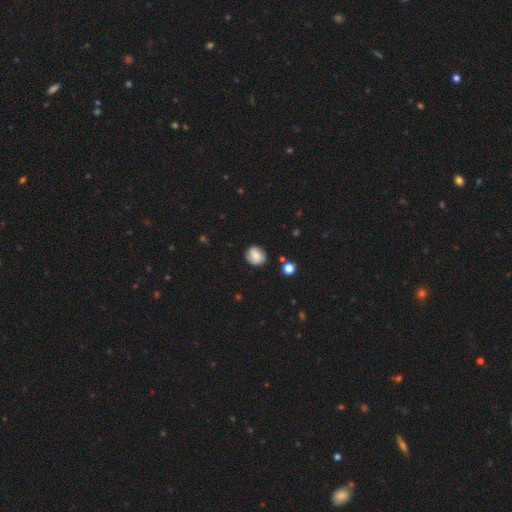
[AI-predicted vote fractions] Smooth or featured?
  - smooth: 68% *
  - featured or disk: 23%
  - star or artifact: 9%
How rounded?
  - round: 75% *
  - in between: 23%
  - cigar-shaped: 1%
Merging?
  - none: 79% *
  - minor disturbance: 15%
  - major disturbance: 3%
  - merger: 3%